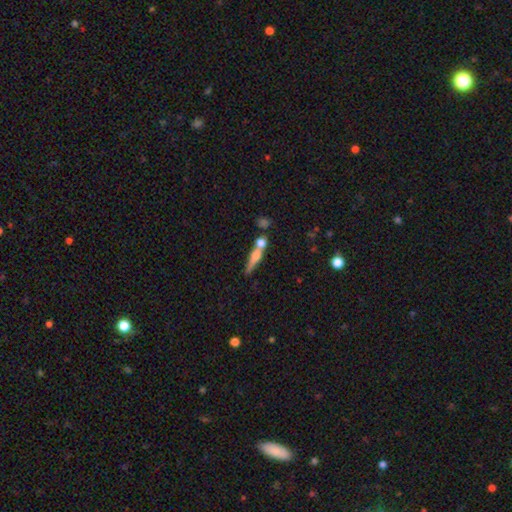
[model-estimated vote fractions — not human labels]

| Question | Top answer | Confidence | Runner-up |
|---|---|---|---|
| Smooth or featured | smooth | 54% | featured or disk (36%) |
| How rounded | cigar-shaped | 72% | in between (19%) |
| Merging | none | 44% | merger (35%) |